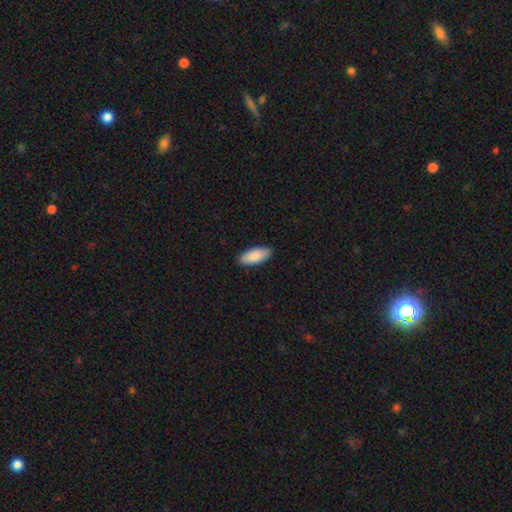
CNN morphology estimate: smooth_or_featured: smooth (p=0.88) [alt: featured or disk p=0.06]
how_rounded: in between (p=0.86) [alt: cigar-shaped p=0.13]
merging: none (p=0.90) [alt: minor disturbance p=0.08]